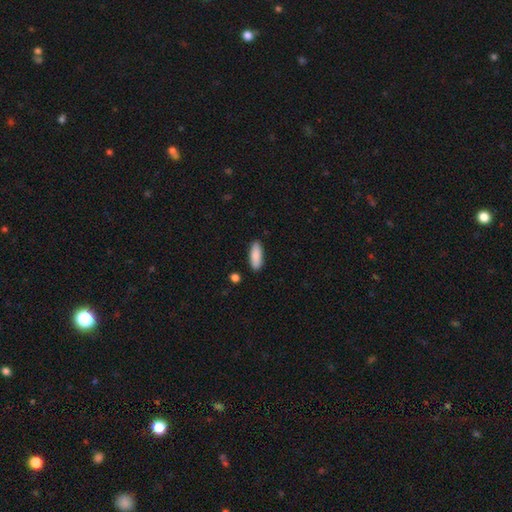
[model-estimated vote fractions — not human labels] Overall: smooth (88%). How rounded: in between (66%; cigar-shaped 32%). Merging: none (88%).